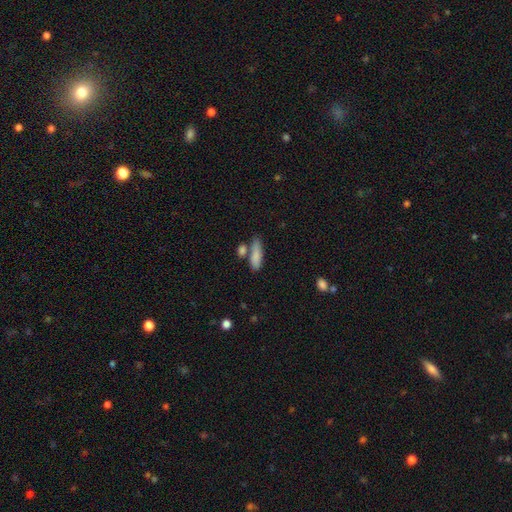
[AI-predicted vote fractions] smooth 84%, featured or disk 10%, star or artifact 7%. Down the decision tree: how rounded — cigar-shaped (50%); merging — none (58%).